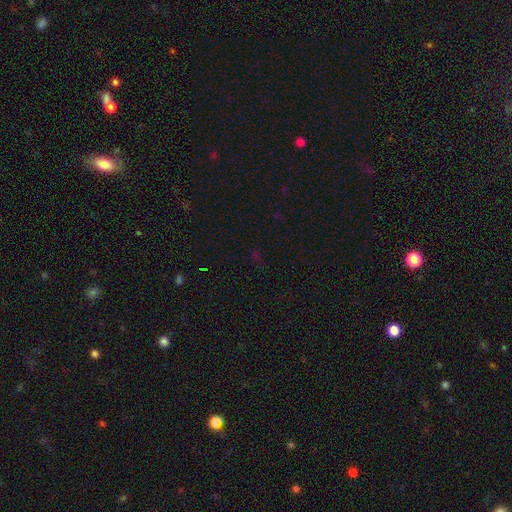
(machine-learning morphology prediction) type=star or artifact (69%).